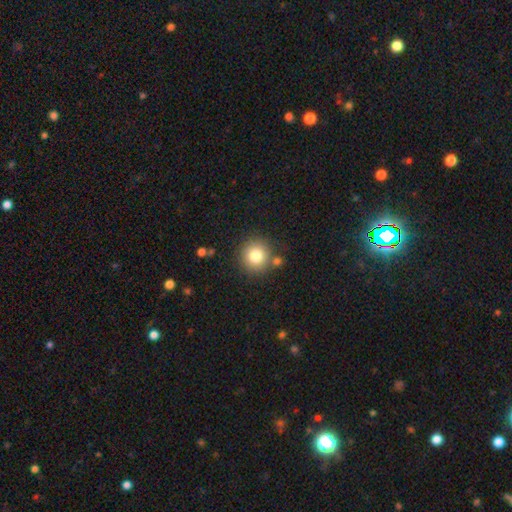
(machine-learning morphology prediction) This appears to be a smooth galaxy with no disk features (80%) that is round (92%). Merging: none (80%).